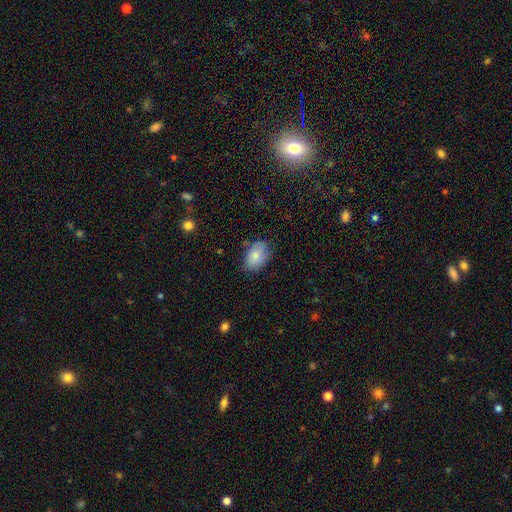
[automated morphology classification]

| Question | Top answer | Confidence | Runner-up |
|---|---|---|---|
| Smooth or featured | smooth | 84% | featured or disk (9%) |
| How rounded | in between | 86% | round (13%) |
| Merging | none | 73% | minor disturbance (21%) |